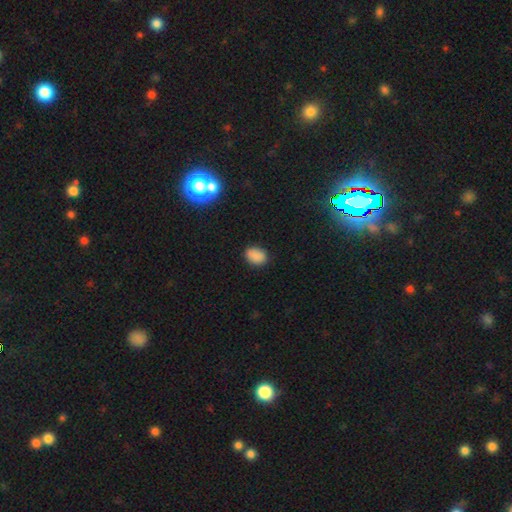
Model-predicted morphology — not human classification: smooth 86%, star or artifact 11%, featured or disk 3%. Down the decision tree: how rounded — in between (75%); merging — none (85%).